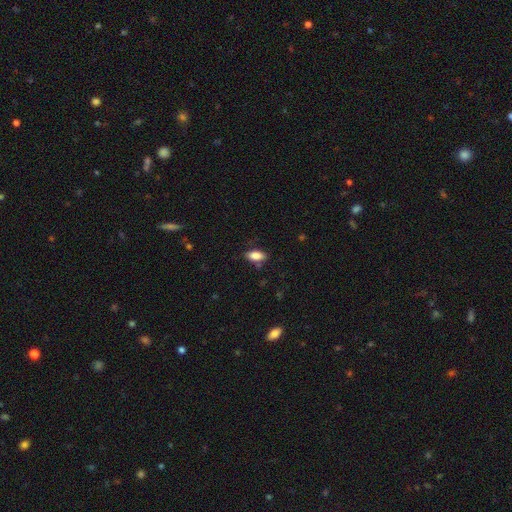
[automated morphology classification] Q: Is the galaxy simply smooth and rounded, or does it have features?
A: smooth — 85%.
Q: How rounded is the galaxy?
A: in between — 89%.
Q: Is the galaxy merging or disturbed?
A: none — 79%.